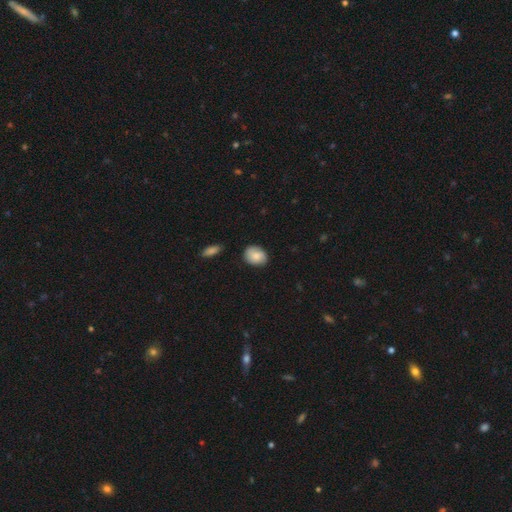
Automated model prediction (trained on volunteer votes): Q: Smooth or featured?
A: smooth (76%); runner-up: featured or disk (17%)
Q: How rounded?
A: in between (58%); runner-up: round (40%)
Q: Merging?
A: none (79%); runner-up: minor disturbance (16%)